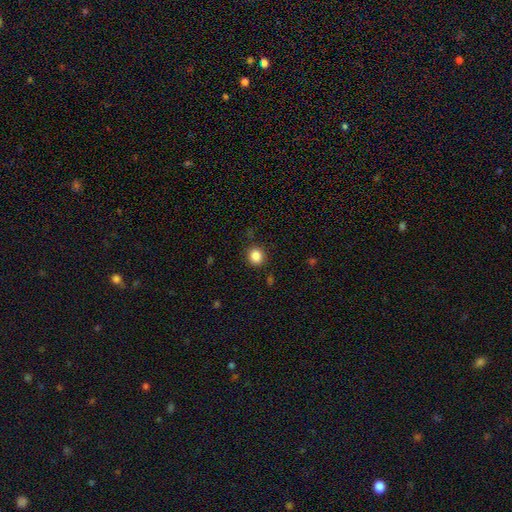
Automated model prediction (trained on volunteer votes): smooth-or-featured: smooth: 86% | star or artifact: 10% | featured or disk: 4%
  how-rounded: round: 81% | in between: 18% | cigar-shaped: 1%
  merging: none: 87% | minor disturbance: 9% | major disturbance: 3% | merger: 1%